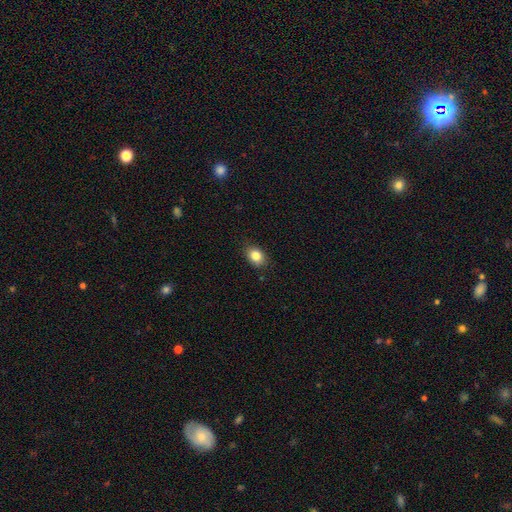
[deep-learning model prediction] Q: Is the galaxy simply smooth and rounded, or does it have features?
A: smooth — 84%.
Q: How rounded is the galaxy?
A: in between — 66%.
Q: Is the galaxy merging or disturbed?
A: none — 85%.